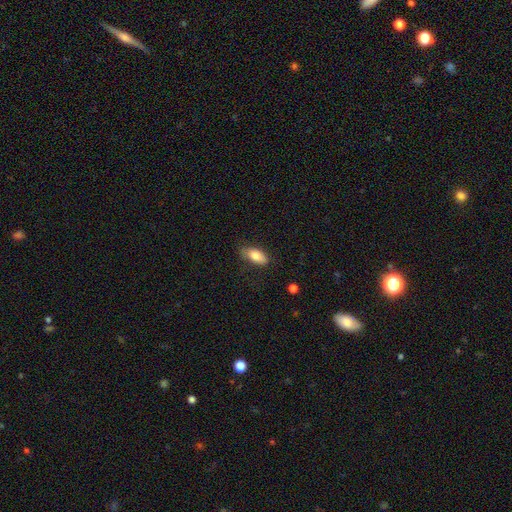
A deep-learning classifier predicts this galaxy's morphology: The model was most divided on "merging": none: 74%, minor disturbance: 20%, major disturbance: 5%, merger: 1%. More confident: how rounded — in between (88%); smooth or featured — smooth (79%).